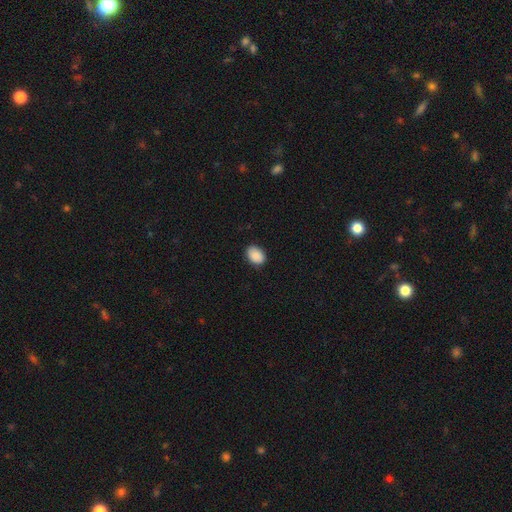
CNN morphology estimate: smooth-or-featured: smooth: 90% | star or artifact: 7% | featured or disk: 3%
  how-rounded: in between: 78% | round: 21% | cigar-shaped: 1%
  merging: none: 86% | minor disturbance: 11% | major disturbance: 2% | merger: 1%